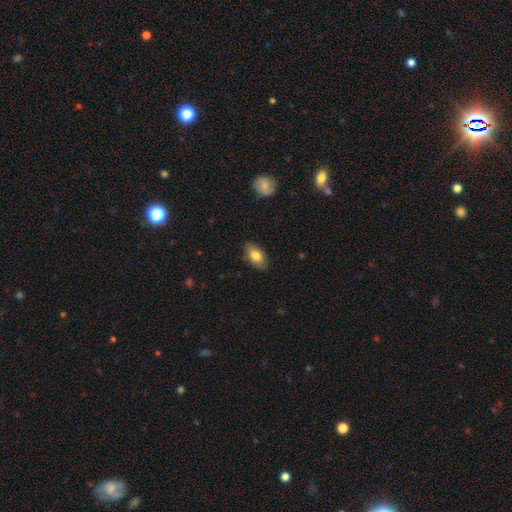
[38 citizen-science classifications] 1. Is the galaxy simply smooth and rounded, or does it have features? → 92% smooth, 8% featured or disk, 0% star or artifact.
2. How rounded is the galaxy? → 100% in between, 0% round, 0% cigar-shaped.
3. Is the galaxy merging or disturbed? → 89% none, 11% minor disturbance, 0% major disturbance, 0% merger.